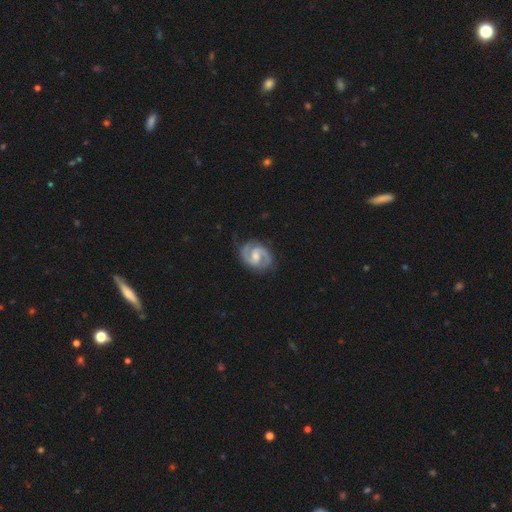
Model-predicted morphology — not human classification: A featured or disk galaxy (90%) with a weak bar (55%), 2 (93%) medium (53%) spiral arms (98%) and a moderate central bulge (55%).

Vote fractions:
- Smooth or featured? featured or disk: 90% / smooth: 6% / star or artifact: 4%
- Edge-on disk? no: 98% / yes: 2%
- Bar? weak: 55% / no: 27% / strong: 19%
- Spiral arms? yes: 98% / no: 2%
- Spiral winding? medium: 53% / tight: 38% / loose: 9%
- Spiral arm count? 2: 93% / can't tell: 2% / 3: 1% / 1: 1% / 4: 1% / more than 4: 1%
- Bulge size? moderate: 55% / small: 28% / none: 9% / large: 7% / dominant: 1%
- Merging? none: 80% / minor disturbance: 15% / major disturbance: 4% / merger: 1%